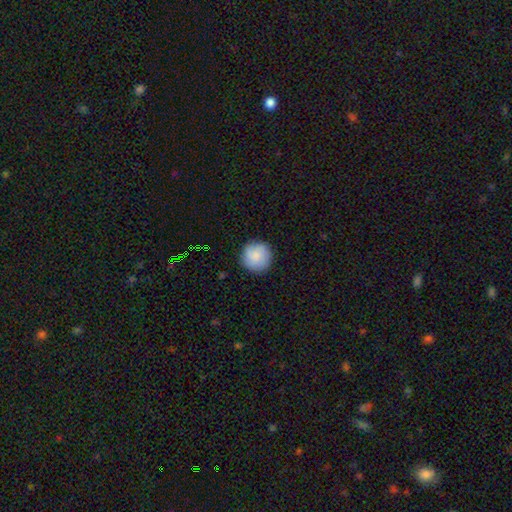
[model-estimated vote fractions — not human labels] This is clearly a smooth galaxy (87%). How rounded: clearly round (95%). Merging: clearly none (89%).